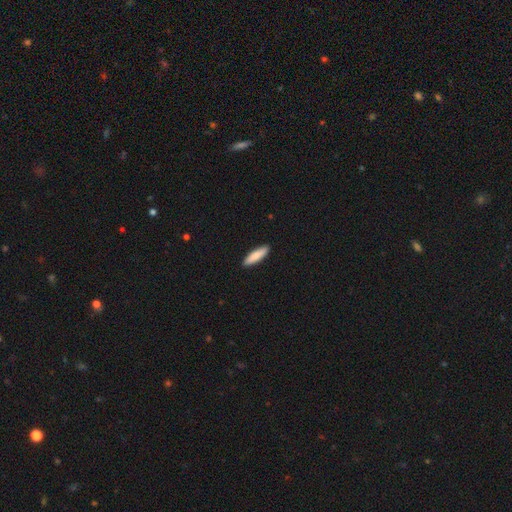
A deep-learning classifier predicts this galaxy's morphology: A smooth galaxy with no disk features (85%) that is cigar-shaped (68%).

Vote fractions:
- Smooth or featured? smooth: 85% / featured or disk: 10% / star or artifact: 5%
- How rounded? cigar-shaped: 68% / in between: 31% / round: 1%
- Merging? none: 91% / minor disturbance: 7% / major disturbance: 1% / merger: 1%